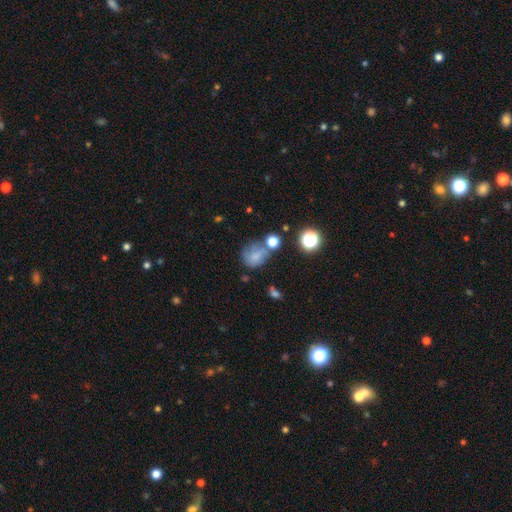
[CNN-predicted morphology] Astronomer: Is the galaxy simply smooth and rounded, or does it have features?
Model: smooth — 66%.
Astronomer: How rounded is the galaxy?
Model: round — 64%.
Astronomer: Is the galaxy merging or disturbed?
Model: none — 43% (runner-up: minor disturbance, 24%).